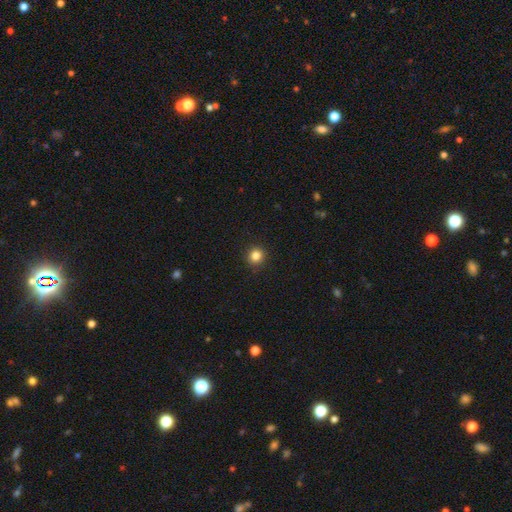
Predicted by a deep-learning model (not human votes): Q: Smooth or featured?
A: smooth (84%); runner-up: star or artifact (12%)
Q: How rounded?
A: round (92%); runner-up: in between (7%)
Q: Merging?
A: none (92%); runner-up: minor disturbance (5%)